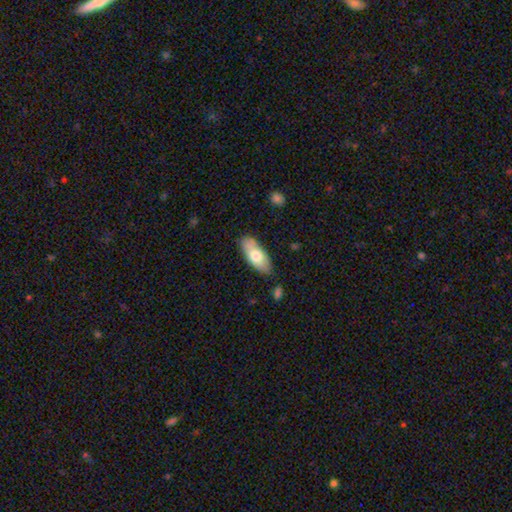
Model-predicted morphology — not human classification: This appears to be a smooth galaxy with no disk features (72%) that is in between round and cigar-shaped (85%). Merging: none (77%).